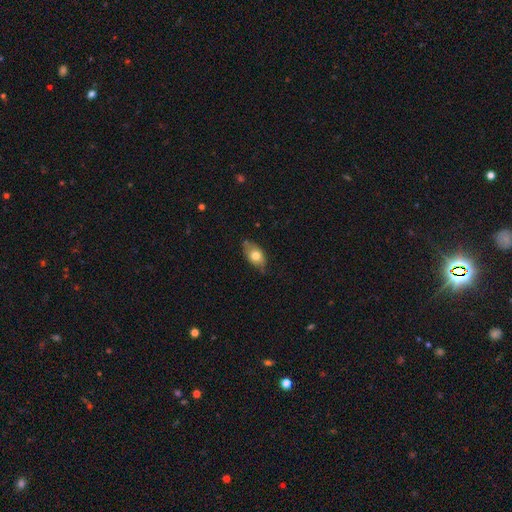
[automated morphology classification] This appears to be a smooth galaxy with no disk features (71%) that is in between round and cigar-shaped (86%). Merging: none (64%).